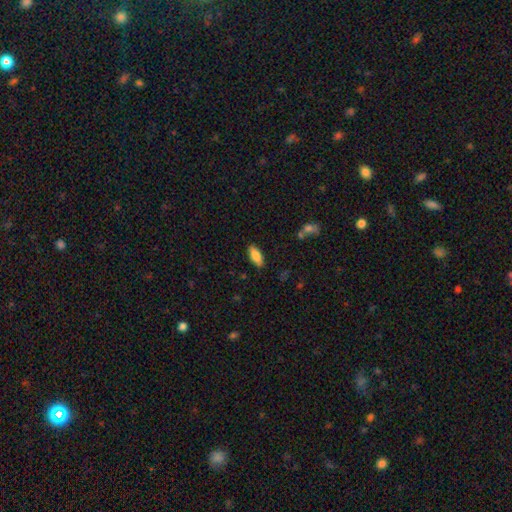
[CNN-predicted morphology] smooth 84%, featured or disk 10%, star or artifact 7%. Down the decision tree: how rounded — in between (81%); merging — none (87%).